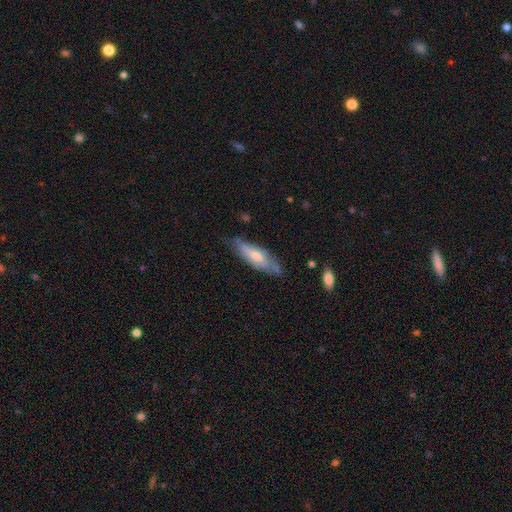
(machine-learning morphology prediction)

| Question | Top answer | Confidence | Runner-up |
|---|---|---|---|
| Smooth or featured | featured or disk | 52% | smooth (41%) |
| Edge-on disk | no | 54% | yes (46%) |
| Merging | none | 69% | minor disturbance (23%) |